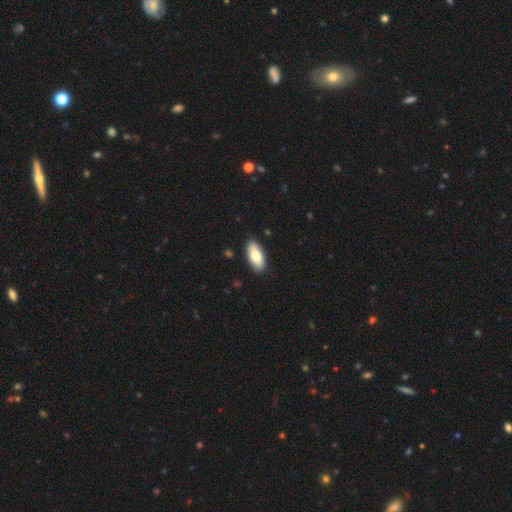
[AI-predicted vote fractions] A smooth galaxy with no disk features (79%) that is in between round and cigar-shaped (88%).

Vote fractions:
- Smooth or featured? smooth: 79% / featured or disk: 15% / star or artifact: 5%
- How rounded? in between: 88% / cigar-shaped: 10% / round: 2%
- Merging? none: 89% / minor disturbance: 8% / major disturbance: 2% / merger: 1%